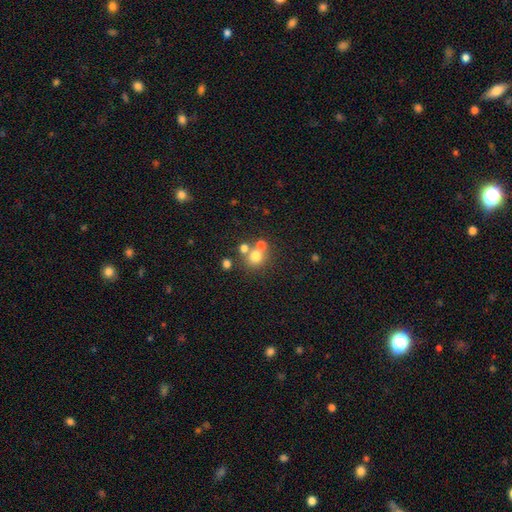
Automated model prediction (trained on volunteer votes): Smooth or featured?
  - smooth: 70% *
  - star or artifact: 16%
  - featured or disk: 14%
How rounded?
  - round: 86% *
  - in between: 13%
  - cigar-shaped: 1%
Merging?
  - none: 55% *
  - merger: 33%
  - minor disturbance: 8%
  - major disturbance: 4%